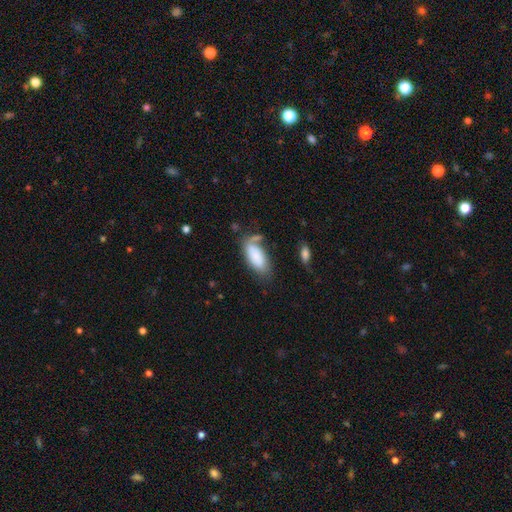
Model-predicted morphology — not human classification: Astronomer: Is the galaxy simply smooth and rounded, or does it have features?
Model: smooth — 81%.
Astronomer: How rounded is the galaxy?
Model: in between — 89%.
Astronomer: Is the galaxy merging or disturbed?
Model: none — 50%.